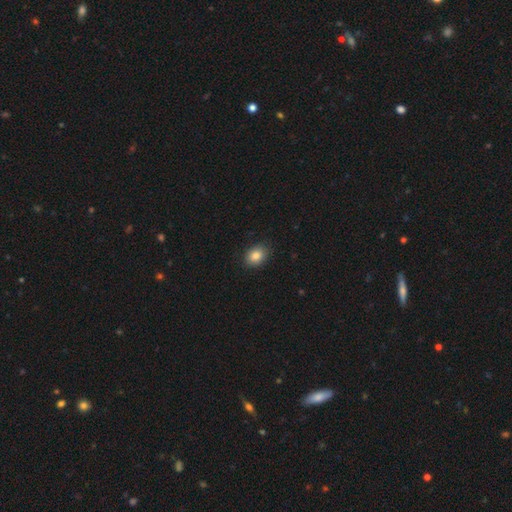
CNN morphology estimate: Smooth or featured?
  - smooth: 85% *
  - star or artifact: 9%
  - featured or disk: 6%
How rounded?
  - in between: 62% *
  - round: 37%
  - cigar-shaped: 1%
Merging?
  - none: 86% *
  - minor disturbance: 11%
  - major disturbance: 2%
  - merger: 1%